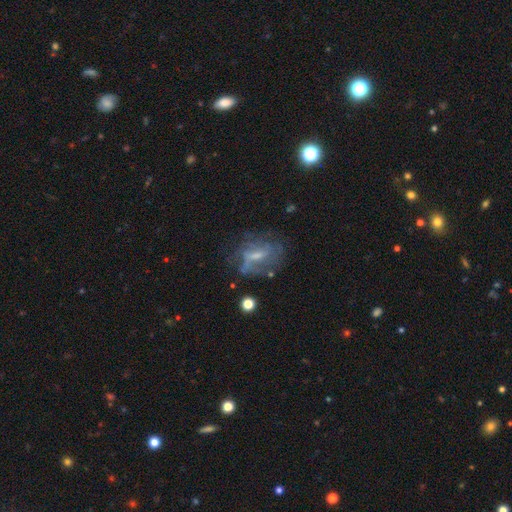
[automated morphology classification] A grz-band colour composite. It shows a featured or disk galaxy (63%) with a weak bar (47%), spiral arms (57%) and a small central bulge (42%). Merging: none (49%).